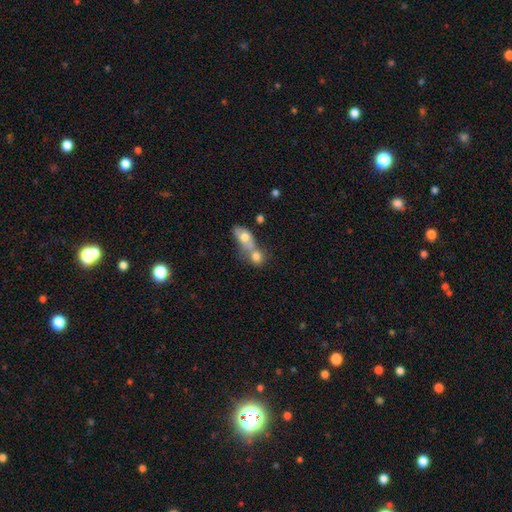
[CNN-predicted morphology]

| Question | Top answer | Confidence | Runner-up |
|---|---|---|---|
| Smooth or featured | smooth | 60% | featured or disk (26%) |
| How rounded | round | 49% | in between (44%) |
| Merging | merger | 68% | none (22%) |